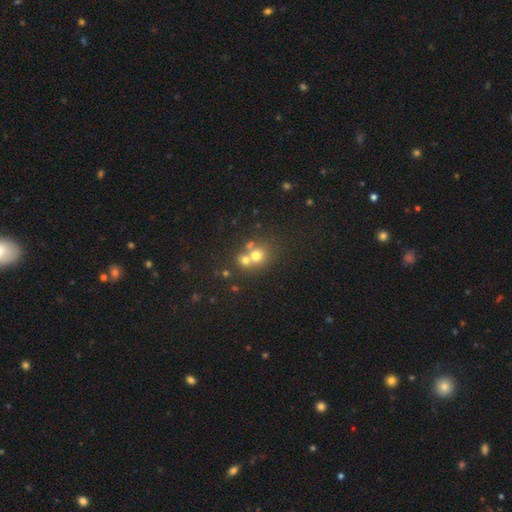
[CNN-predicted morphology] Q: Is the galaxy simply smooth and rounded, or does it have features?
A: smooth — 66%.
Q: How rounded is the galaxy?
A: round — 79%.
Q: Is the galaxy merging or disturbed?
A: merger — 48%.